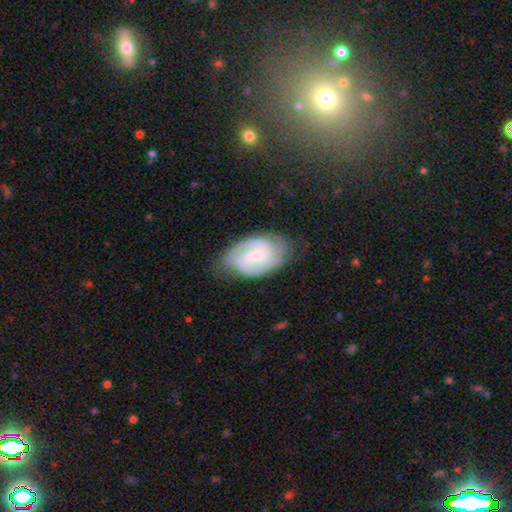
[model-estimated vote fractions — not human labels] Smooth or featured?
  - featured or disk: 86% *
  - smooth: 9%
  - star or artifact: 5%
Edge-on disk?
  - no: 97% *
  - yes: 3%
Bar?
  - weak: 47% *
  - no: 42%
  - strong: 12%
Spiral arms?
  - yes: 97% *
  - no: 3%
Spiral winding?
  - medium: 47% *
  - tight: 44%
  - loose: 9%
Spiral arm count?
  - 2: 61% *
  - 3: 21%
  - can't tell: 9%
  - 4: 3%
  - 1: 3%
  - more than 4: 3%
Bulge size?
  - small: 59% *
  - moderate: 33%
  - none: 5%
  - large: 2%
  - dominant: 1%
Merging?
  - none: 72% *
  - minor disturbance: 20%
  - major disturbance: 6%
  - merger: 1%